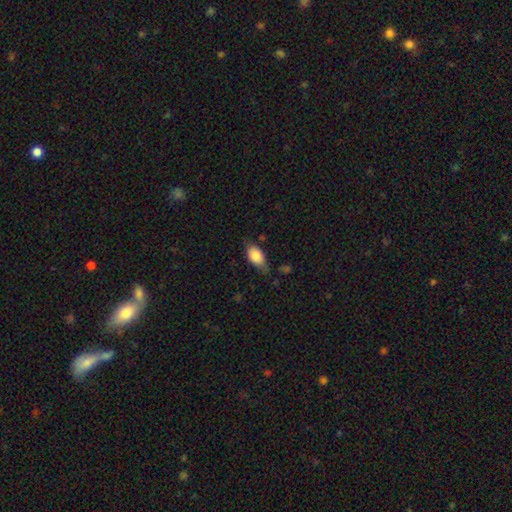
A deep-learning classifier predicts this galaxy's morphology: Smooth or featured? Predicted: smooth (p=0.84). How rounded? Predicted: in between (p=0.90). Merging? Predicted: none (p=0.58).